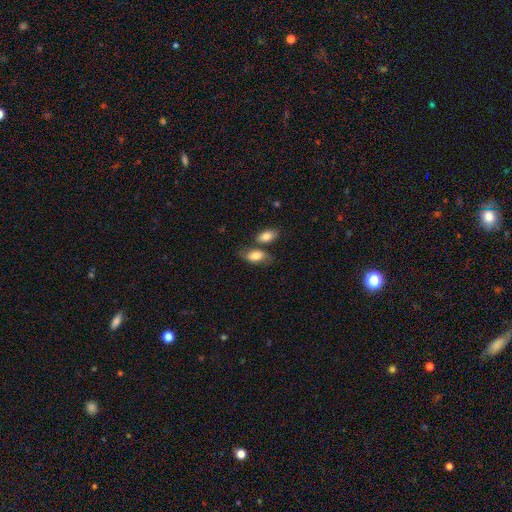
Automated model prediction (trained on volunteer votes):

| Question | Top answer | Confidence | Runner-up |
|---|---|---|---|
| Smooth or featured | smooth | 79% | featured or disk (14%) |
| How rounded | in between | 90% | round (6%) |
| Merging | none | 55% | merger (25%) |